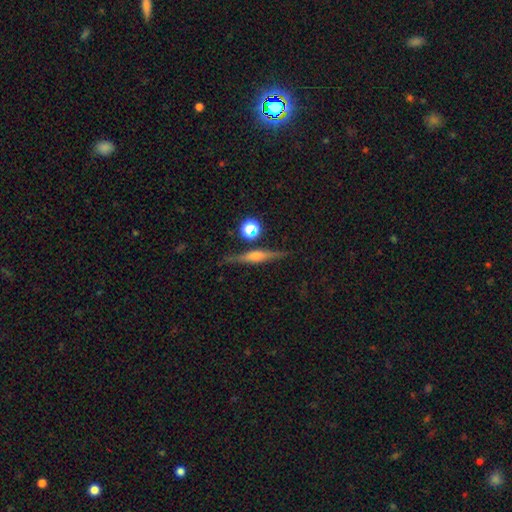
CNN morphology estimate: type=featured or disk (70%); edge-on=yes (97%); edge-on bulge=rounded (79%); merging=none (83%).